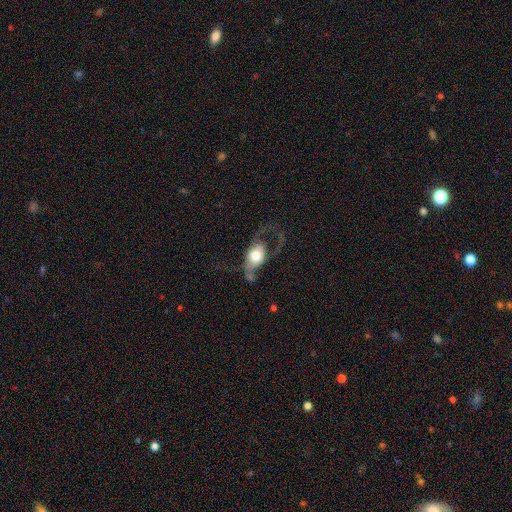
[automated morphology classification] This appears to be a featured or disk galaxy (49%). Merging: major disturbance (54%).